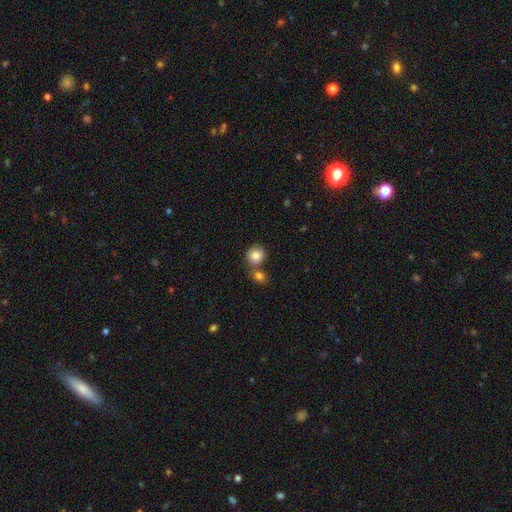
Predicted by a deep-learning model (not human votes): This is clearly a smooth galaxy (84%). How rounded: clearly round (81%). Merging: possibly none (55%).